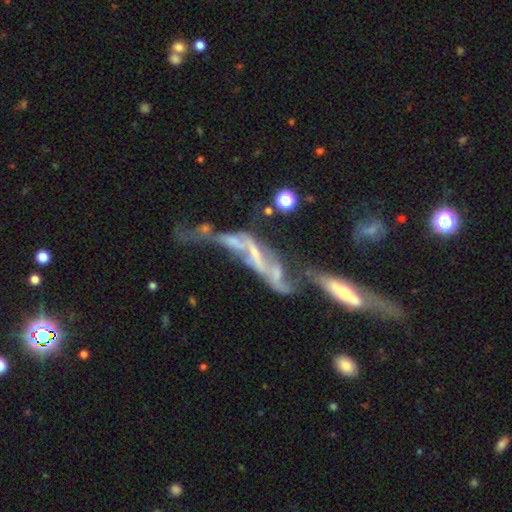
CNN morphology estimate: smooth_or_featured: featured or disk (p=0.73) [alt: smooth p=0.14]
disk_edge_on: no (p=0.73) [alt: yes p=0.27]
bar: no (p=0.52) [alt: weak p=0.25]
has_spiral_arms: yes (p=0.58) [alt: no p=0.42]
bulge_size: none (p=0.42) [alt: small p=0.37]
merging: merger (p=0.54) [alt: major disturbance p=0.24]